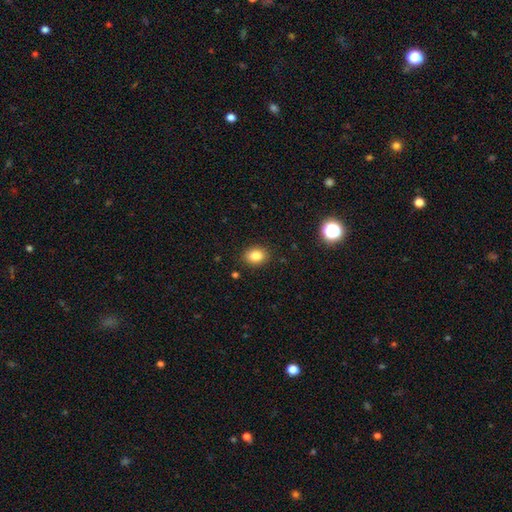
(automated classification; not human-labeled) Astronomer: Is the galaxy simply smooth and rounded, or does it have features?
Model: smooth — 83%.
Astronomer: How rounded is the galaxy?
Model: in between — 57% (runner-up: round, 42%).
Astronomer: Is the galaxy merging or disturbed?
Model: none — 89%.